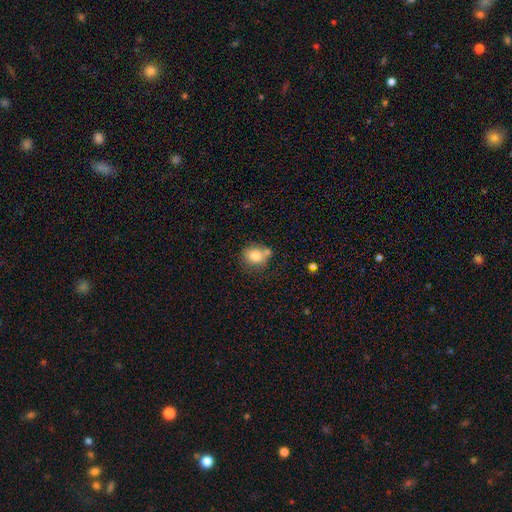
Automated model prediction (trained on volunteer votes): smooth_or_featured: smooth (p=0.80) [alt: featured or disk p=0.11]
how_rounded: round (p=0.66) [alt: in between p=0.33]
merging: none (p=0.55) [alt: merger p=0.23]